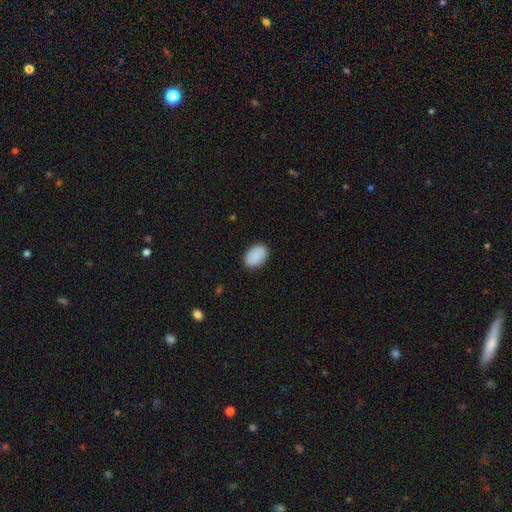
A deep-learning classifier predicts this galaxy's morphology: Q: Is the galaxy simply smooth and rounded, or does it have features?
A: smooth — 88%.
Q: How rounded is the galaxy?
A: in between — 84%.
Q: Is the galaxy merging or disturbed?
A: none — 88%.